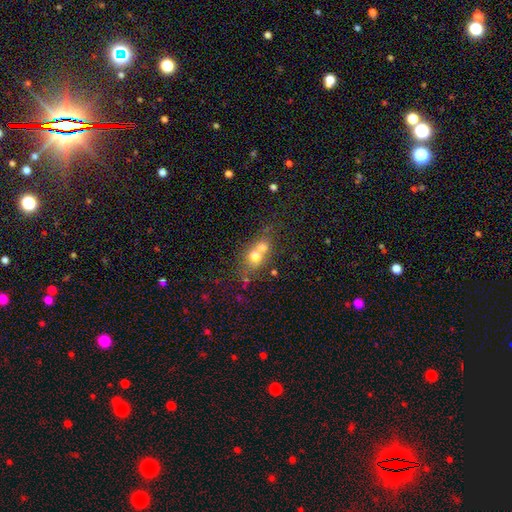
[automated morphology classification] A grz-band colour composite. It shows a smooth galaxy with no disk features (61%) that is round (65%). Merging: merger (60%).